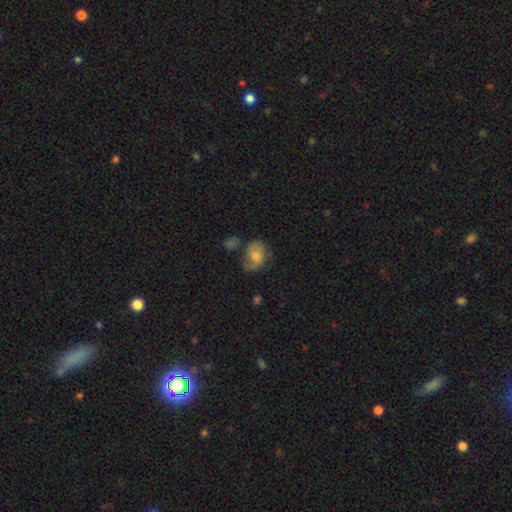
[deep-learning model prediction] This appears to be a smooth galaxy with no disk features (61%) that is in between round and cigar-shaped (62%). Merging: none (47%).